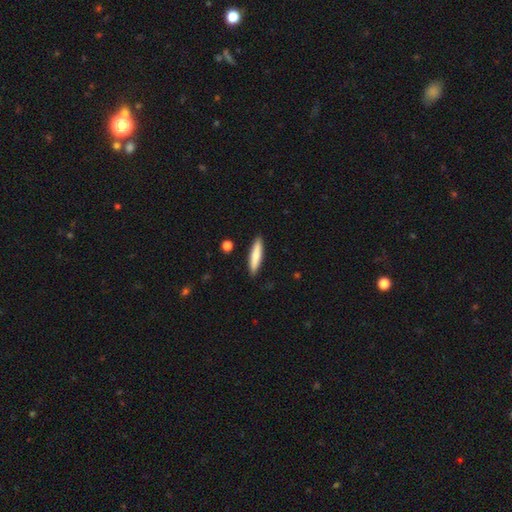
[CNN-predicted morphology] Q: Smooth or featured?
A: smooth (77%); runner-up: featured or disk (17%)
Q: How rounded?
A: cigar-shaped (84%); runner-up: in between (14%)
Q: Merging?
A: none (89%); runner-up: minor disturbance (8%)